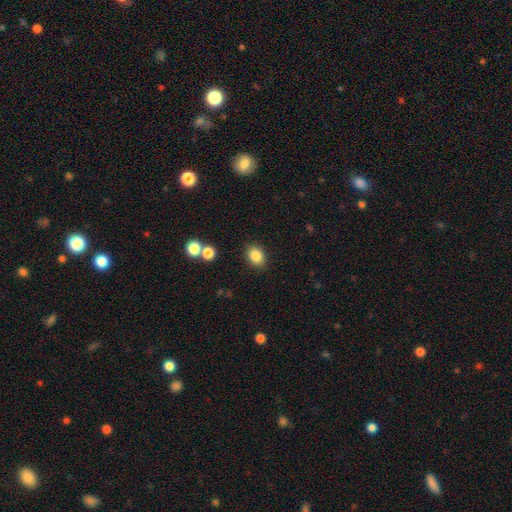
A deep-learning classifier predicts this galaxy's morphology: smooth_or_featured: smooth (p=0.85) [alt: star or artifact p=0.10]
how_rounded: in between (p=0.64) [alt: round p=0.35]
merging: none (p=0.85) [alt: minor disturbance p=0.09]